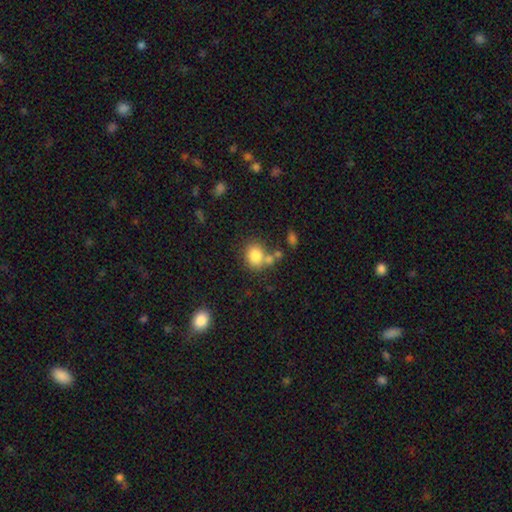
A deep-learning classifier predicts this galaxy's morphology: Overall: smooth (81%). How rounded: round (65%; in between 34%). Merging: none (58%; merger 24%).